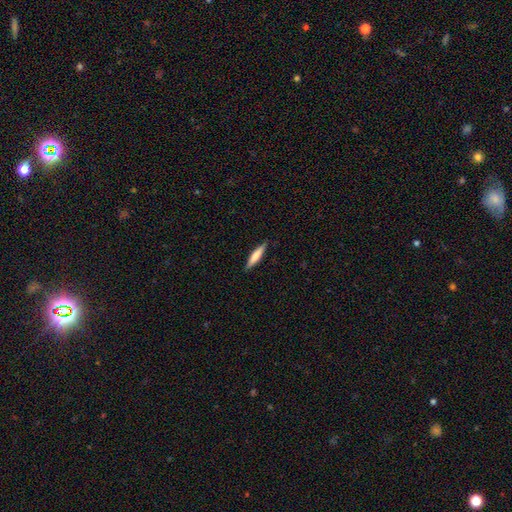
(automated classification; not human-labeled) Q: Smooth or featured?
A: smooth (66%); runner-up: featured or disk (29%)
Q: How rounded?
A: cigar-shaped (87%); runner-up: in between (12%)
Q: Merging?
A: none (89%); runner-up: minor disturbance (9%)